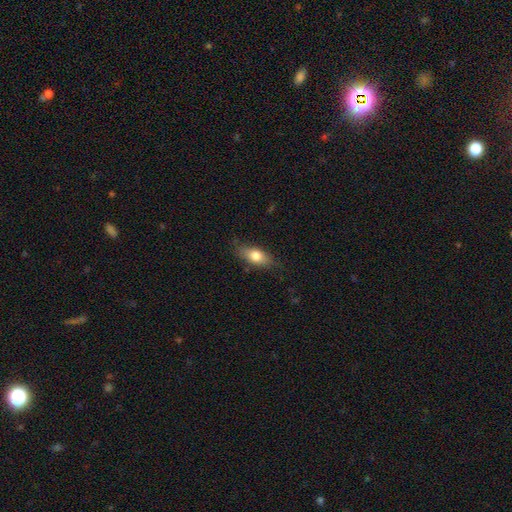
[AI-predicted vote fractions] The model was most divided on "smooth or featured": smooth: 75%, featured or disk: 18%, star or artifact: 7%. More confident: merging — none (79%); how rounded — in between (79%).